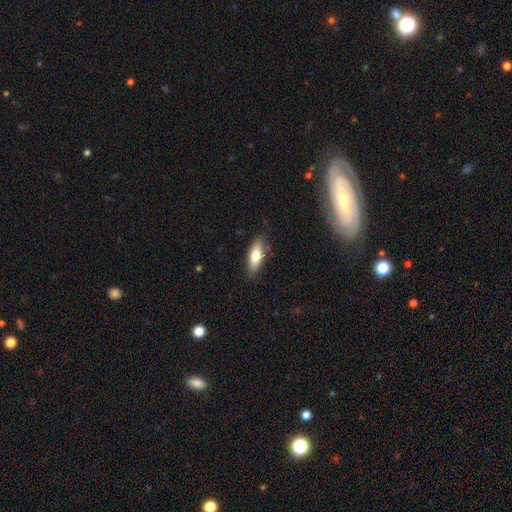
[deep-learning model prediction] Overall: smooth (70%). How rounded: in between (69%). Merging: none (83%).